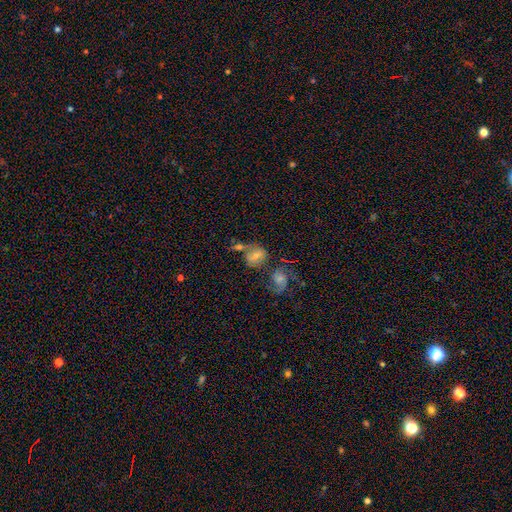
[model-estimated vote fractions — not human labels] Smooth or featured?
  - featured or disk: 48% *
  - smooth: 35%
  - star or artifact: 18%
Merging?
  - none: 40% *
  - merger: 36%
  - minor disturbance: 14%
  - major disturbance: 10%